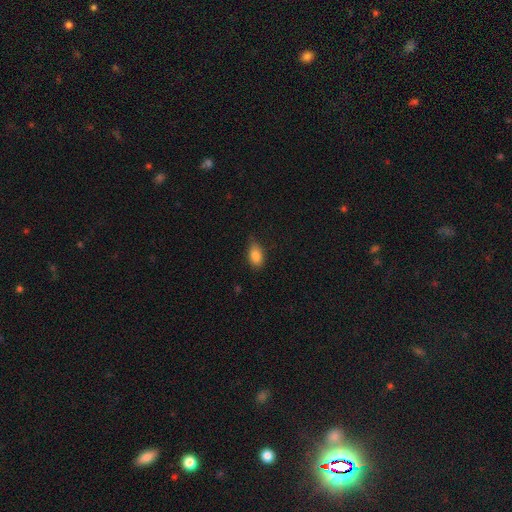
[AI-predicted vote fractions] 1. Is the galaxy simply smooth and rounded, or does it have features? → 85% smooth, 8% star or artifact, 7% featured or disk.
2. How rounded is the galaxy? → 88% in between, 9% round, 3% cigar-shaped.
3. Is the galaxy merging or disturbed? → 74% none, 21% minor disturbance, 3% major disturbance, 1% merger.